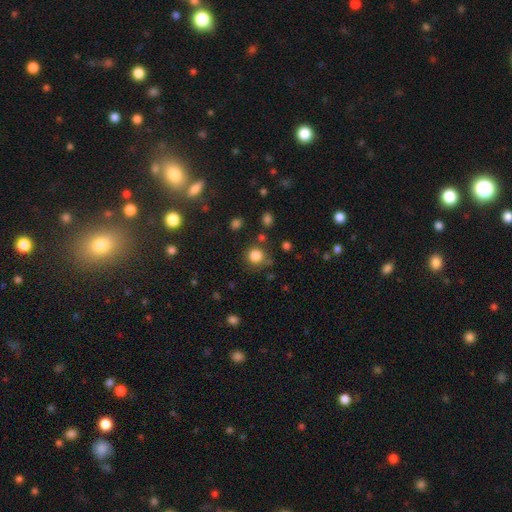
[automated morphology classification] This is clearly a smooth galaxy (83%). How rounded: clearly round (91%). Merging: likely none (78%).